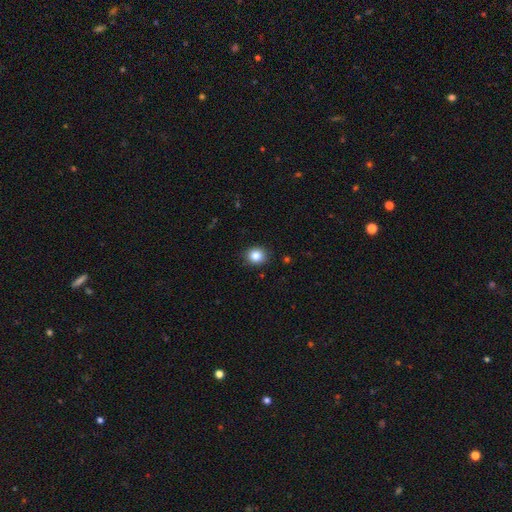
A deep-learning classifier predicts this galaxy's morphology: A smooth galaxy with no disk features (85%) that is round (75%). Merging: none (88%).